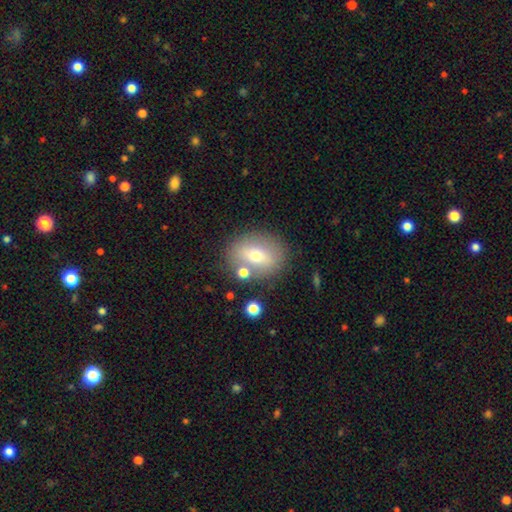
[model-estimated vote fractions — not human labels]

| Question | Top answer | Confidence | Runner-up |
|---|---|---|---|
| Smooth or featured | smooth | 58% | featured or disk (31%) |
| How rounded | in between | 51% | round (47%) |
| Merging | none | 77% | minor disturbance (11%) |